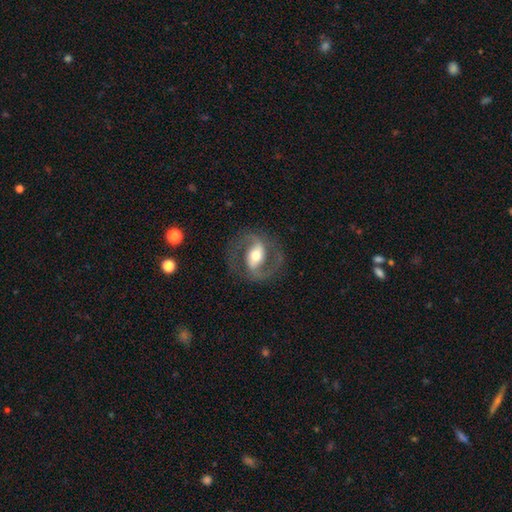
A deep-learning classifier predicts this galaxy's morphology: Overall: featured or disk (85%). Edge-on disk: no (96%). Bar: strong (49%; weak 33%). Spiral arms: yes (91%). Spiral arm count: 2 (92%). Spiral winding: medium (59%; loose 22%). Bulge size: moderate (67%). Merging: none (79%).